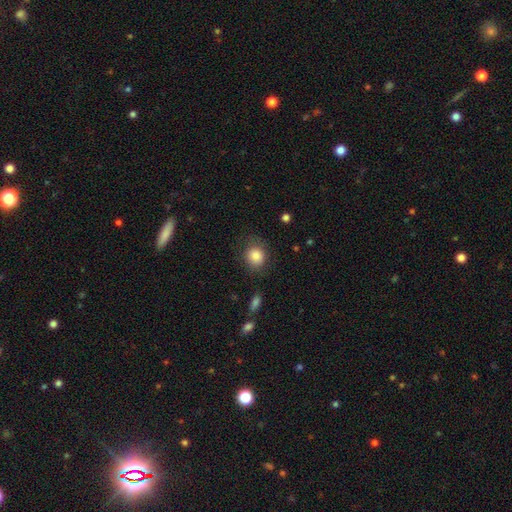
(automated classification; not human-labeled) smooth_or_featured: smooth (p=0.85) [alt: star or artifact p=0.08]
how_rounded: round (p=0.75) [alt: in between p=0.24]
merging: none (p=0.75) [alt: minor disturbance p=0.17]